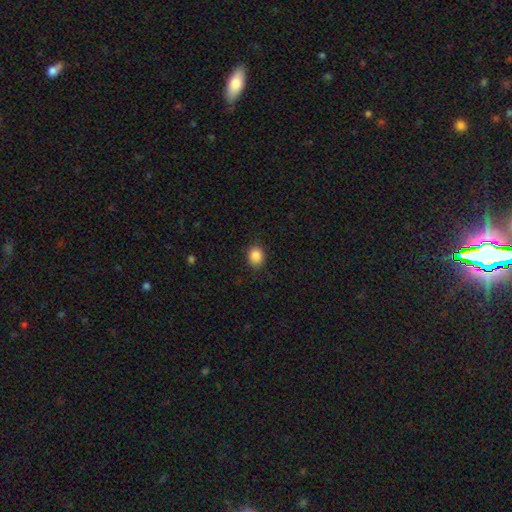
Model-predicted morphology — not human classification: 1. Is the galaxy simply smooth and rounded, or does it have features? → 87% smooth, 9% star or artifact, 4% featured or disk.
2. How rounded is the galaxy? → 59% round, 40% in between, 1% cigar-shaped.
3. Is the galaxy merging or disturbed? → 87% none, 9% minor disturbance, 3% major disturbance, 1% merger.